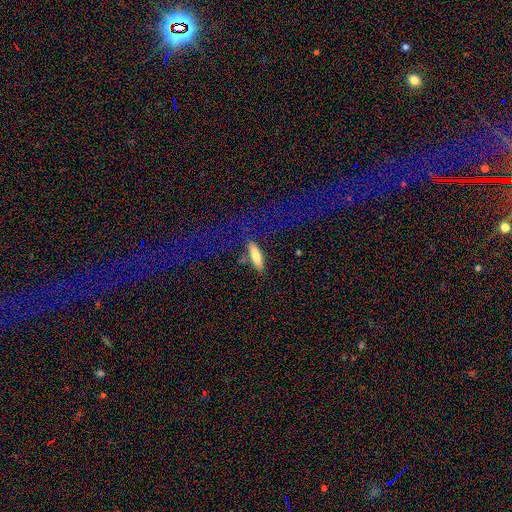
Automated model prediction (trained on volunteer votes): Overall: smooth (75%). How rounded: cigar-shaped (56%; in between 42%). Merging: none (76%).